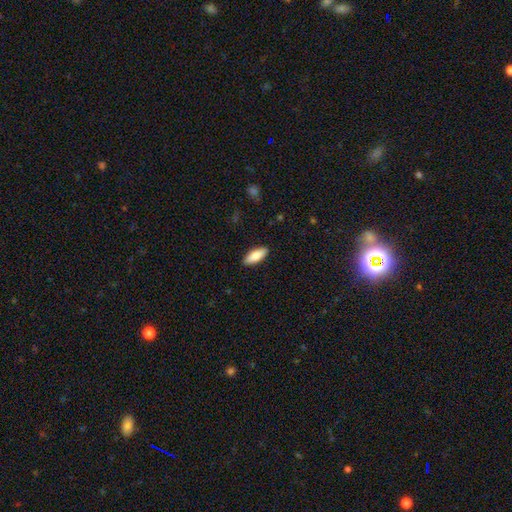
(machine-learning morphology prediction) smooth_or_featured: smooth (p=0.80) [alt: featured or disk p=0.14]
how_rounded: in between (p=0.70) [alt: cigar-shaped p=0.29]
merging: none (p=0.89) [alt: minor disturbance p=0.08]